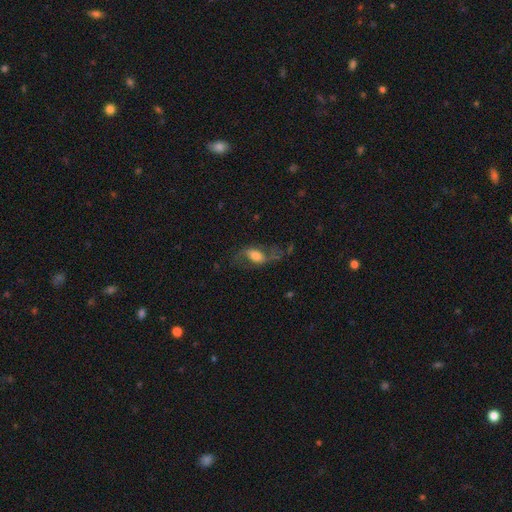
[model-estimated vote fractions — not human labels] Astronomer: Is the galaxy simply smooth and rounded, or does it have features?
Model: featured or disk — 59%.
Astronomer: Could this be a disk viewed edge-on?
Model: no — 90%.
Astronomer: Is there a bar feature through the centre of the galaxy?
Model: weak — 40% (runner-up: no, 38%).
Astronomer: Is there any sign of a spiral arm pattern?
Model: yes — 85%.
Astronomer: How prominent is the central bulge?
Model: large — 38% (runner-up: moderate, 35%).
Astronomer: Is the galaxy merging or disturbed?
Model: none — 53%.